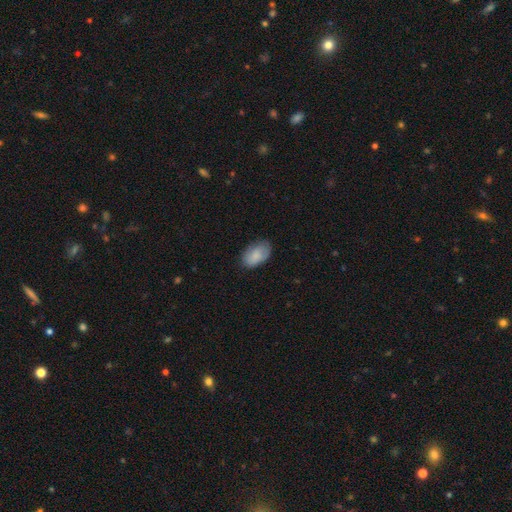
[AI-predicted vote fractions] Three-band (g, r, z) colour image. It shows a smooth galaxy with no disk features (85%) that is in between round and cigar-shaped (93%). Merging: none (78%).